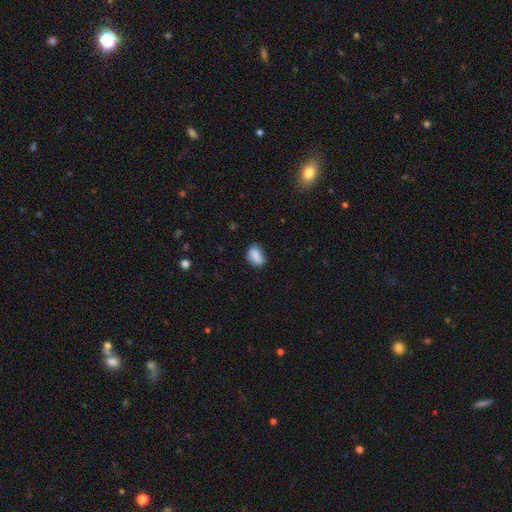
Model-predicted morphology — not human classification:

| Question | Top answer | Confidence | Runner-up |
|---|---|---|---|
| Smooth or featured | smooth | 79% | featured or disk (13%) |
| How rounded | in between | 78% | round (16%) |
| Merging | none | 64% | minor disturbance (25%) |